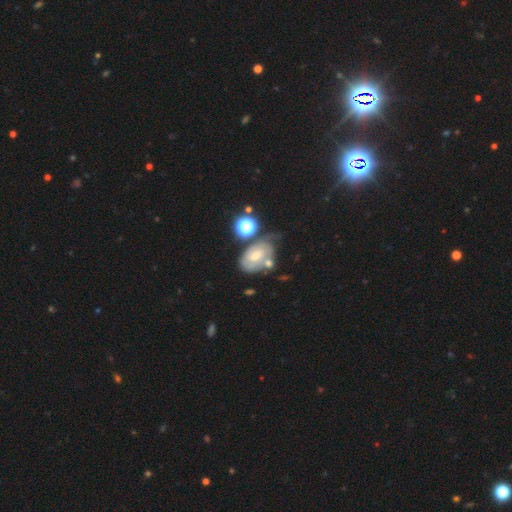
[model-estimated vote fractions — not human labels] Overall: featured or disk (55%; smooth 27%). Edge-on disk: no (95%). Bar: no (64%; weak 27%). Spiral arms: yes (67%; no 33%). Bulge size: moderate (49%; small 42%). Merging: none (41%; minor disturbance 23%).